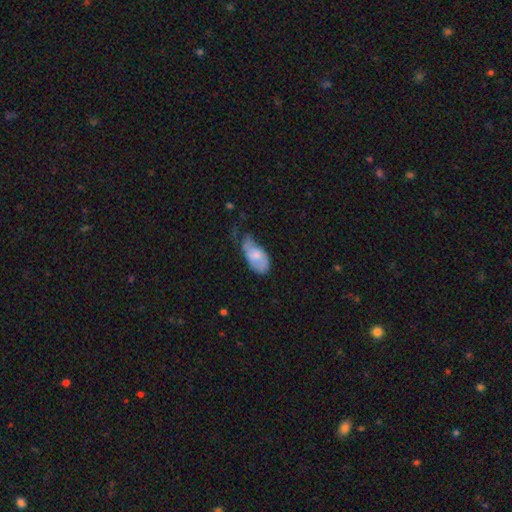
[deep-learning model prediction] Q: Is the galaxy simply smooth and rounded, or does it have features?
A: smooth — 67%.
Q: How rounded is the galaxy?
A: in between — 92%.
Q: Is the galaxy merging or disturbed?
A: minor disturbance — 43%.